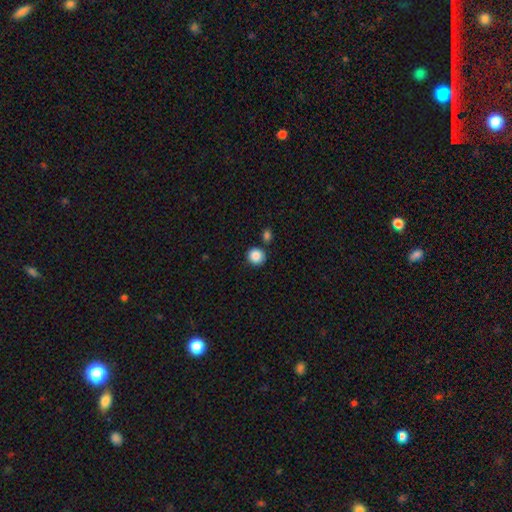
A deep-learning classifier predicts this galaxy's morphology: A smooth galaxy with no disk features (88%) that is round (91%). Merging: none (82%).